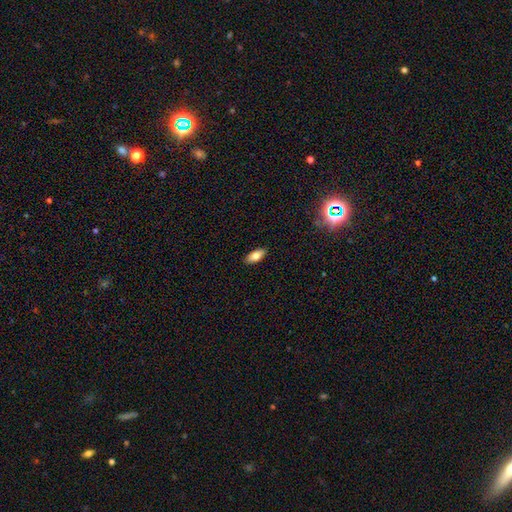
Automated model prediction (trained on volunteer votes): A smooth galaxy with no disk features (78%) that is in between round and cigar-shaped (87%). Merging: none (89%).